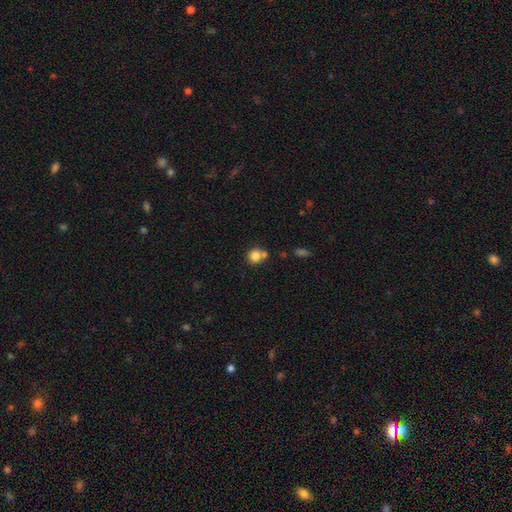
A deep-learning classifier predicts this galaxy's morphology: Q: Smooth or featured?
A: smooth (82%); runner-up: star or artifact (10%)
Q: How rounded?
A: round (87%); runner-up: in between (12%)
Q: Merging?
A: none (57%); runner-up: merger (29%)